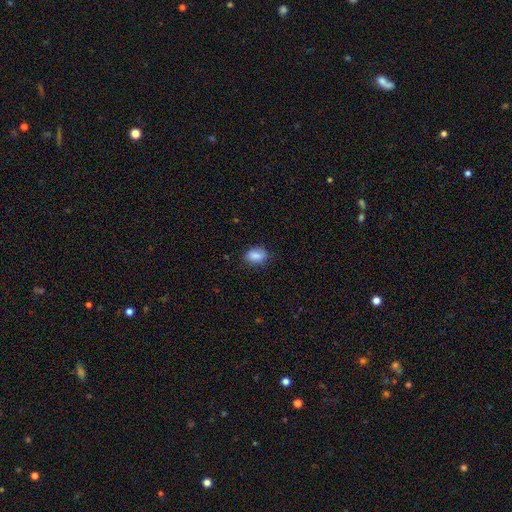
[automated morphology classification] This is clearly a smooth galaxy (85%). How rounded: clearly in between (81%). Merging: likely none (76%).